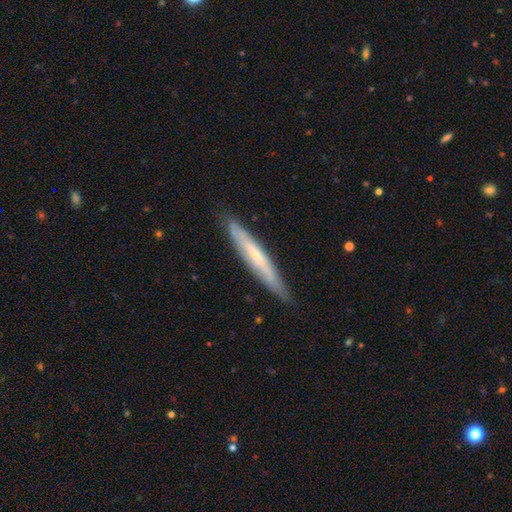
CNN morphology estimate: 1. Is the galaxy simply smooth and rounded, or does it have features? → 48% featured or disk, 46% smooth, 6% star or artifact.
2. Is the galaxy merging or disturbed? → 85% none, 12% minor disturbance, 2% major disturbance, 1% merger.